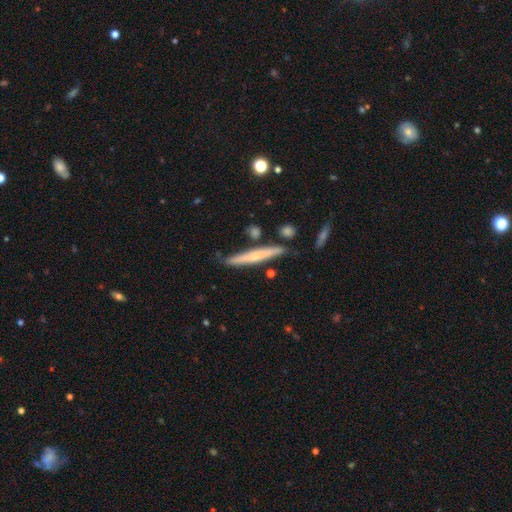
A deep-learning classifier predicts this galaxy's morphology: type=featured or disk (47%); merging=none (81%).